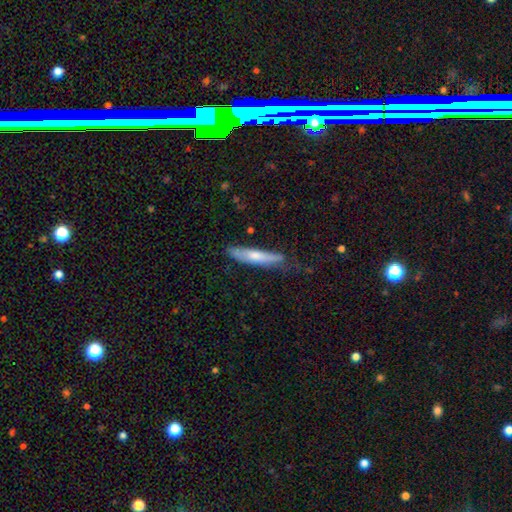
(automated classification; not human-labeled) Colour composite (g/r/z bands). It shows a smooth galaxy with no disk features (60%) that is cigar-shaped (88%). Merging: none (69%).